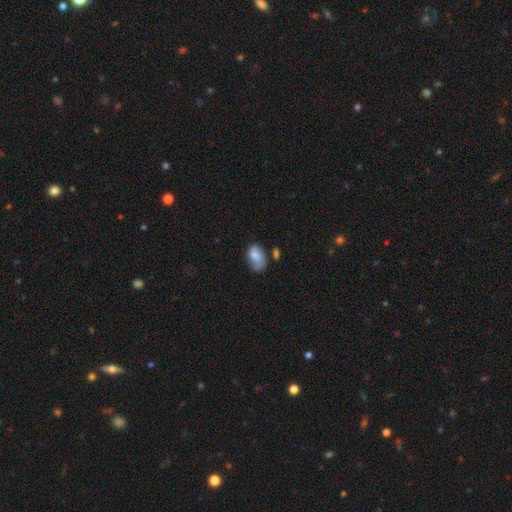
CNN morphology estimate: type=smooth (73%); roundness=in between (88%); merging=none (48%).